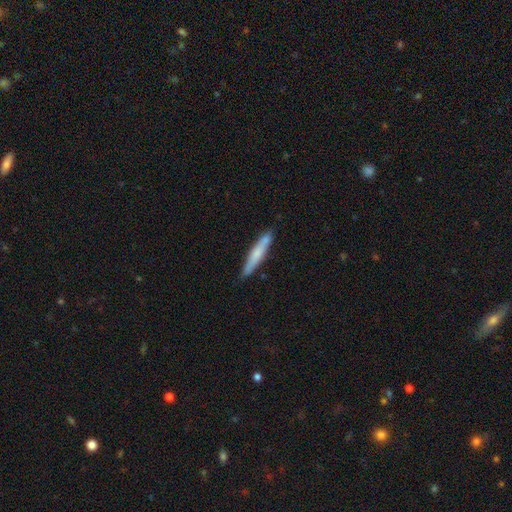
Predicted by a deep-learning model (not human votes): Q: Smooth or featured?
A: smooth (67%); runner-up: featured or disk (28%)
Q: How rounded?
A: cigar-shaped (91%); runner-up: in between (8%)
Q: Merging?
A: none (80%); runner-up: minor disturbance (14%)